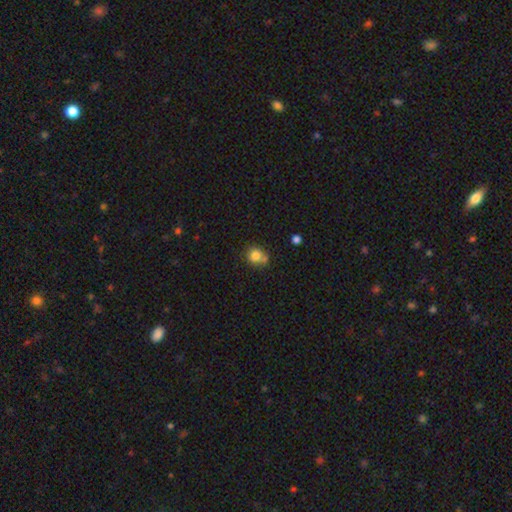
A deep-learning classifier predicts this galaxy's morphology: A smooth galaxy with no disk features (79%) that is round (71%). Merging: none (52%).